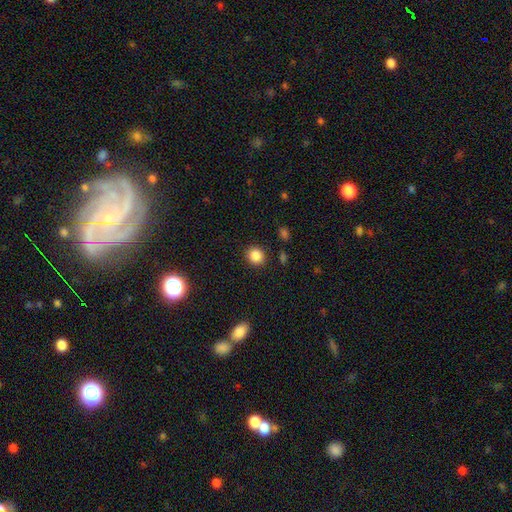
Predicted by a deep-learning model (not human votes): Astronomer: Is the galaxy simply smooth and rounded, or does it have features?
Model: smooth — 85%.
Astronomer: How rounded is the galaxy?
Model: round — 84%.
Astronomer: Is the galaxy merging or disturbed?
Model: none — 89%.